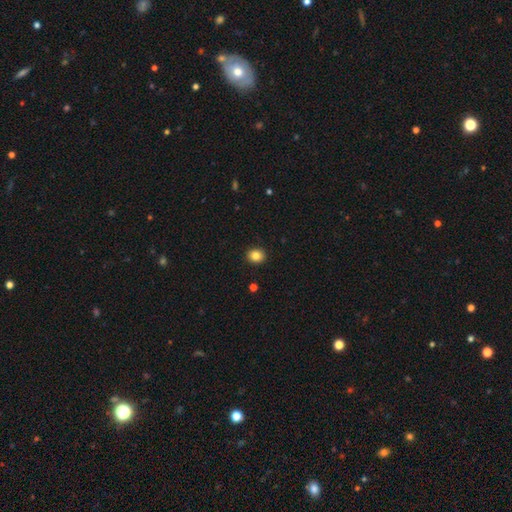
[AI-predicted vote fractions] Overall: smooth (85%). How rounded: round (74%). Merging: none (92%).